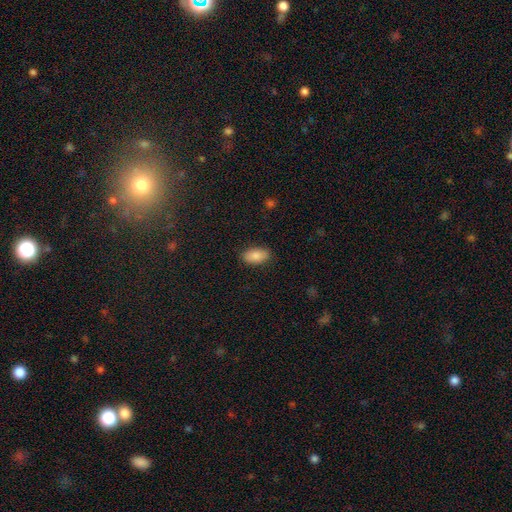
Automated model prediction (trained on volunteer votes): Q: Smooth or featured?
A: smooth (87%); runner-up: star or artifact (7%)
Q: How rounded?
A: in between (93%); runner-up: round (4%)
Q: Merging?
A: none (87%); runner-up: minor disturbance (9%)